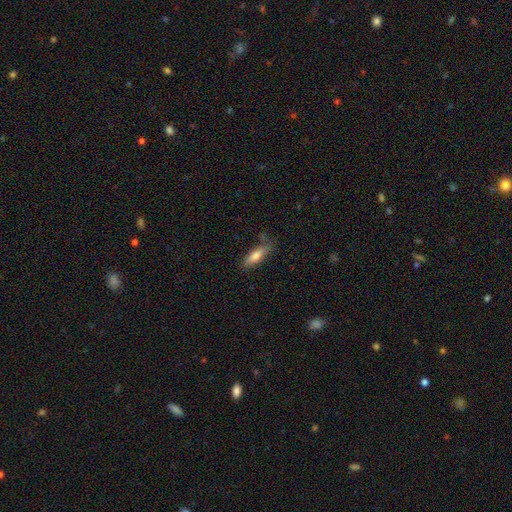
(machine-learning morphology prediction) This is likely a smooth galaxy (74%). How rounded: possibly cigar-shaped (51%). Merging: likely none (69%).